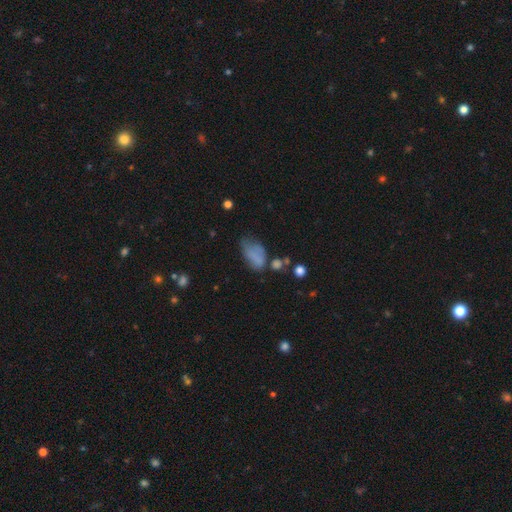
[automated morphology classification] A smooth galaxy with no disk features (70%) that is in between round and cigar-shaped (89%). Merging: minor disturbance (33%).